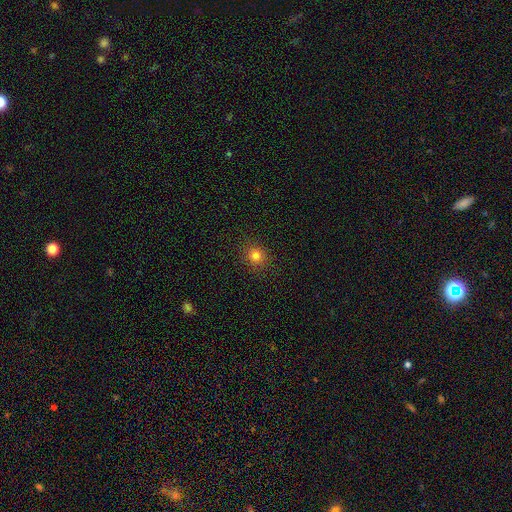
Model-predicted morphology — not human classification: type=smooth (81%); roundness=round (90%); merging=none (89%).